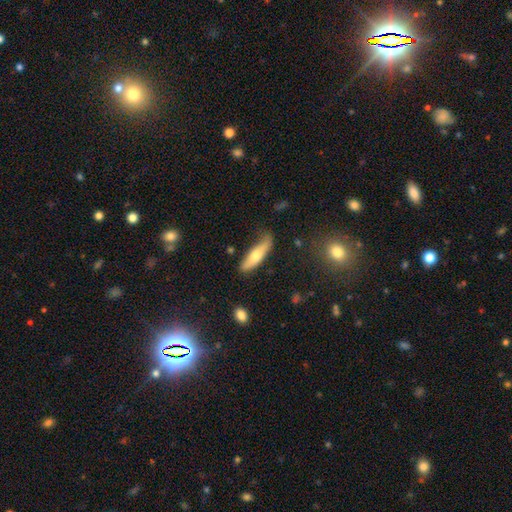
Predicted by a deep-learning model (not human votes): This appears to be a smooth galaxy with no disk features (64%) that is cigar-shaped (62%). Merging: none (63%).